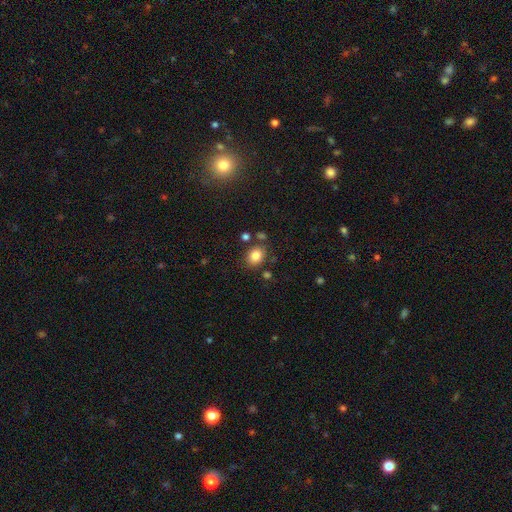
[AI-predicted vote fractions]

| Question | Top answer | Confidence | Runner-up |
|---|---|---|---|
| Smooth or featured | smooth | 84% | star or artifact (10%) |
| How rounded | in between | 53% | round (46%) |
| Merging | none | 76% | minor disturbance (13%) |